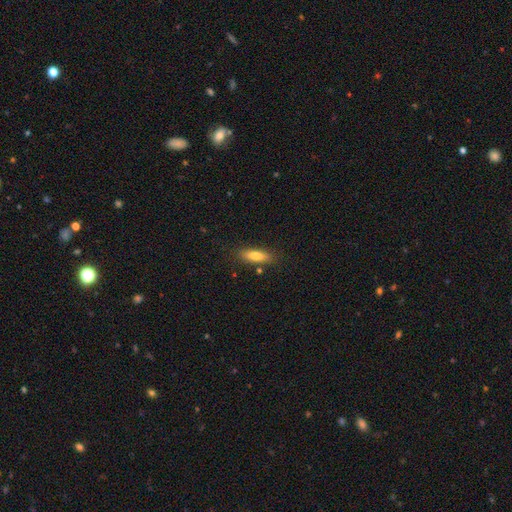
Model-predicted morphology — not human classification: Smooth or featured? smooth (75%)
How rounded? in between (55%)
Merging? none (83%)